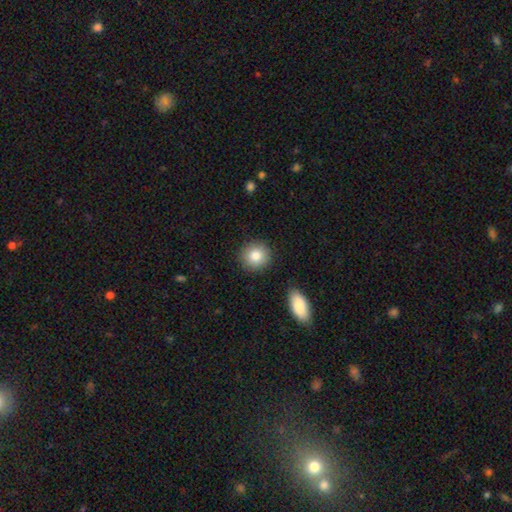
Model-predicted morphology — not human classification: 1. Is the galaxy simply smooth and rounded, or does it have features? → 83% smooth, 9% featured or disk, 8% star or artifact.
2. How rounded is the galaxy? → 90% round, 9% in between, 1% cigar-shaped.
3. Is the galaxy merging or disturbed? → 89% none, 7% minor disturbance, 2% major disturbance, 2% merger.